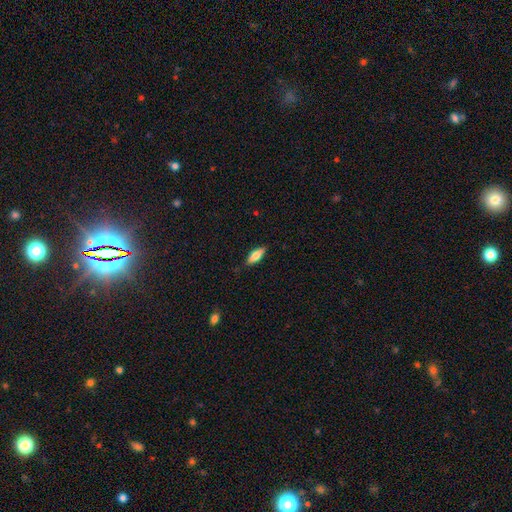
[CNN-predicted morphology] Smooth or featured? Predicted: smooth (p=0.64). How rounded? Predicted: in between (p=0.57). Merging? Predicted: none (p=0.84).